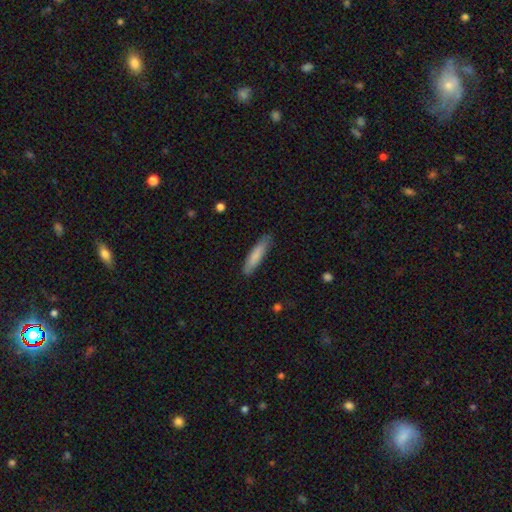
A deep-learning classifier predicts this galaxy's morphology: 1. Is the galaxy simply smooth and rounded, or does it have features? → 81% smooth, 14% featured or disk, 6% star or artifact.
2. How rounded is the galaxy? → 82% cigar-shaped, 16% in between, 1% round.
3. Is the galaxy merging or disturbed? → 83% none, 13% minor disturbance, 2% major disturbance, 1% merger.